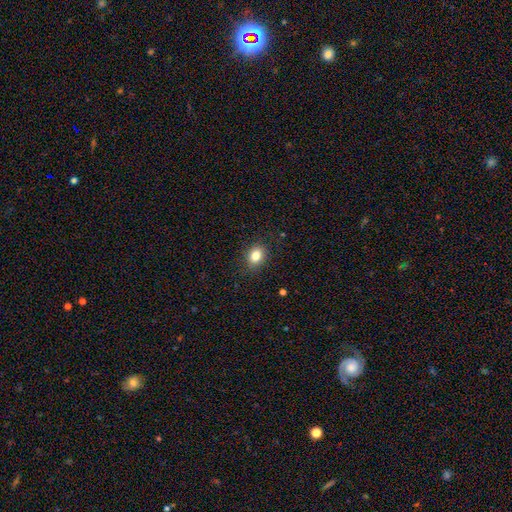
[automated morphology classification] A smooth galaxy with no disk features (82%) that is in between round and cigar-shaped (60%).

Vote fractions:
- Smooth or featured? smooth: 82% / star or artifact: 11% / featured or disk: 7%
- How rounded? in between: 60% / round: 39% / cigar-shaped: 1%
- Merging? none: 87% / minor disturbance: 10% / major disturbance: 2% / merger: 1%